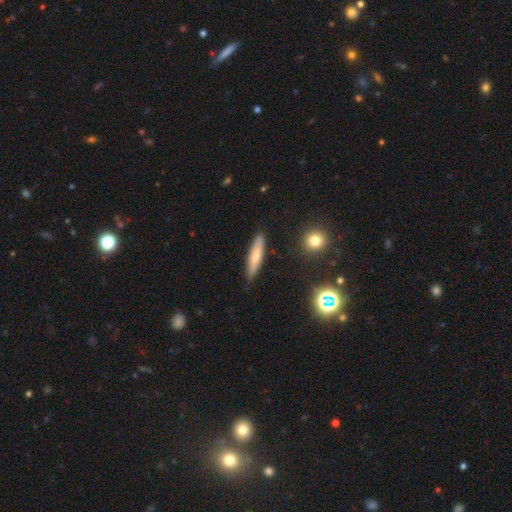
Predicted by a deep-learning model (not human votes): Smooth or featured? Predicted: smooth (p=0.68). How rounded? Predicted: cigar-shaped (p=0.83). Merging? Predicted: none (p=0.87).